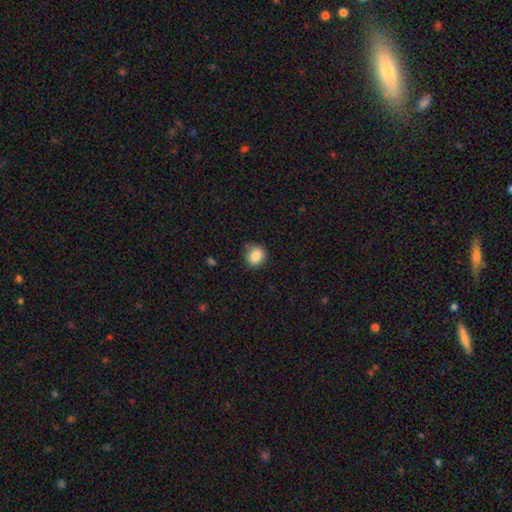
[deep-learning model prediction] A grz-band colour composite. It shows a smooth galaxy with no disk features (84%) that is round (81%). Merging: none (80%).